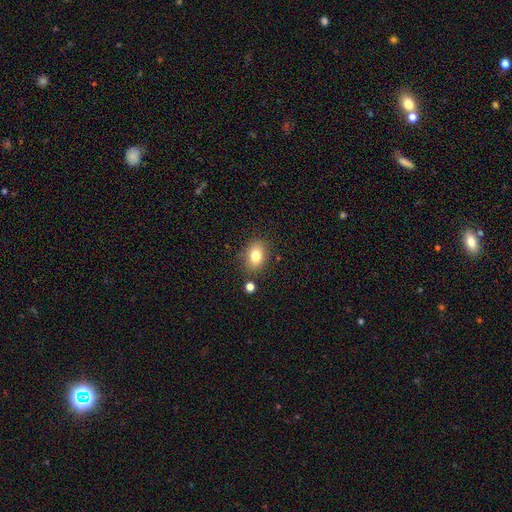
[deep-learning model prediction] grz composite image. It shows a smooth galaxy with no disk features (80%) that is in between round and cigar-shaped (67%). Merging: none (80%).